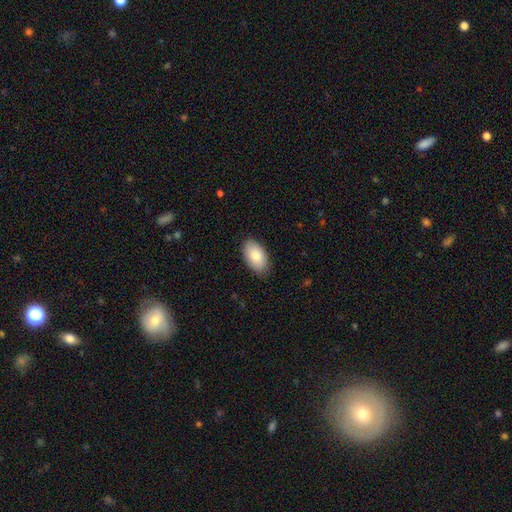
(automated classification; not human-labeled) Smooth or featured? Predicted: smooth (p=0.84). How rounded? Predicted: in between (p=0.95). Merging? Predicted: none (p=0.85).